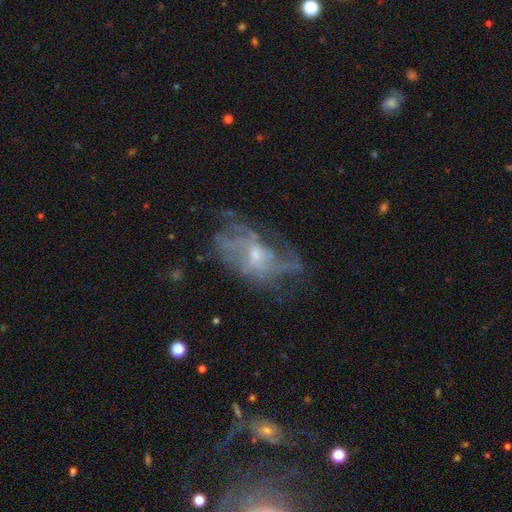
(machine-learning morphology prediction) featured or disk 77%, smooth 14%, star or artifact 9%. Down the decision tree: edge-on disk — no (95%); bar — no (58%); spiral arms — yes (76%); spiral arm count — can't tell (43%); spiral winding — medium (39%, tied with loose); bulge size — small (57%); merging — none (50%).